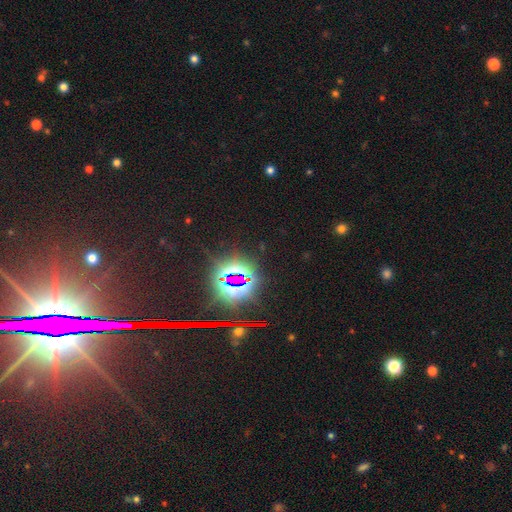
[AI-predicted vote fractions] This is clearly a star or artifact rather than a galaxy (83%).